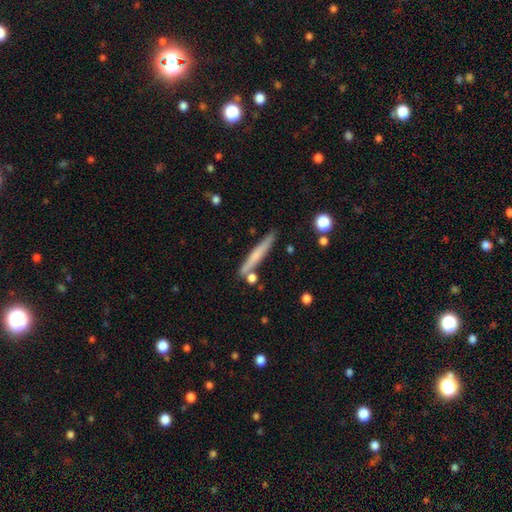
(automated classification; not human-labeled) Morphology: type=smooth (55%); roundness=cigar-shaped (95%); merging=none (81%).